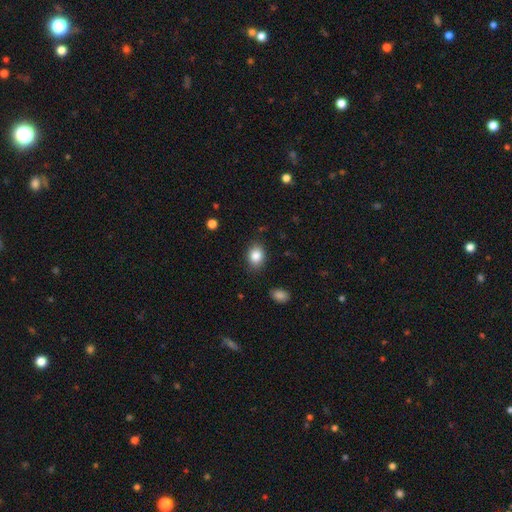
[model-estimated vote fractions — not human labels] Smooth or featured: smooth — 85% (star or artifact — 9%)
How rounded: in between — 65% (round — 34%)
Merging: none — 83% (minor disturbance — 12%)